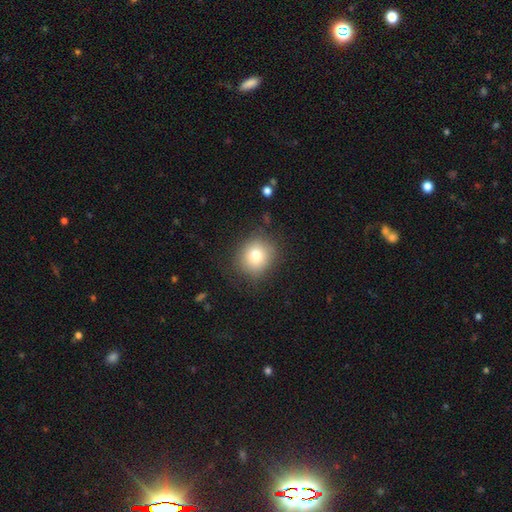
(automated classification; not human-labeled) Q: Smooth or featured?
A: smooth (79%); runner-up: featured or disk (11%)
Q: How rounded?
A: round (79%); runner-up: in between (20%)
Q: Merging?
A: none (83%); runner-up: minor disturbance (12%)